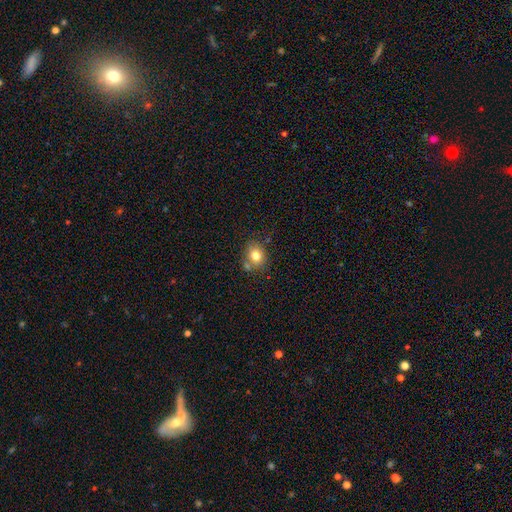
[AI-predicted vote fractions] smooth-or-featured: smooth: 77% | featured or disk: 11% | star or artifact: 11%
  how-rounded: round: 63% | in between: 36% | cigar-shaped: 1%
  merging: none: 64% | merger: 16% | minor disturbance: 15% | major disturbance: 4%